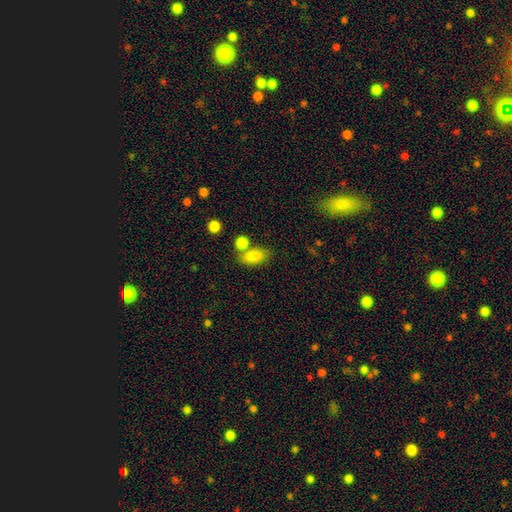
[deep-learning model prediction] smooth-or-featured: smooth: 85% | star or artifact: 9% | featured or disk: 6%
  how-rounded: in between: 87% | round: 10% | cigar-shaped: 3%
  merging: none: 59% | merger: 22% | minor disturbance: 14% | major disturbance: 5%